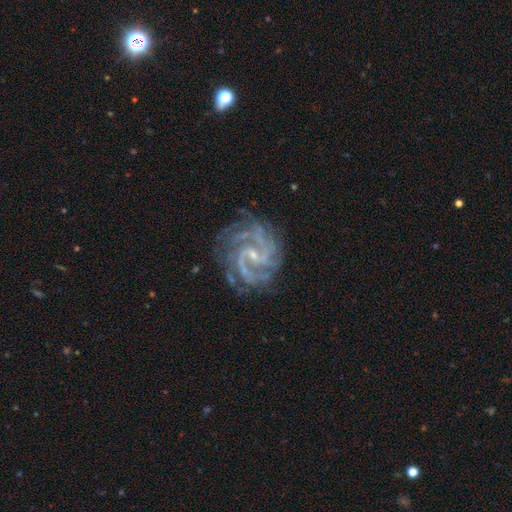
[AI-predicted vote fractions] Smooth or featured? featured or disk (88%)
Edge-on disk? no (98%)
Bar? weak (47%)
Spiral arms? yes (98%)
Spiral winding? tight (50%)
Spiral arm count? 2 (31%)
Bulge size? small (75%)
Merging? none (79%)